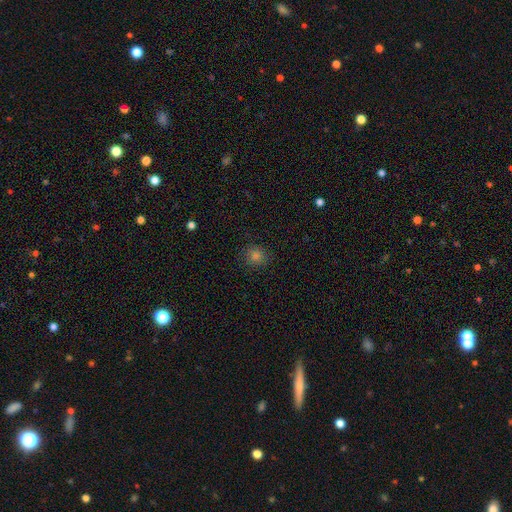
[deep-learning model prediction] This appears to be a smooth galaxy with no disk features (78%) that is round (88%). Merging: none (88%).